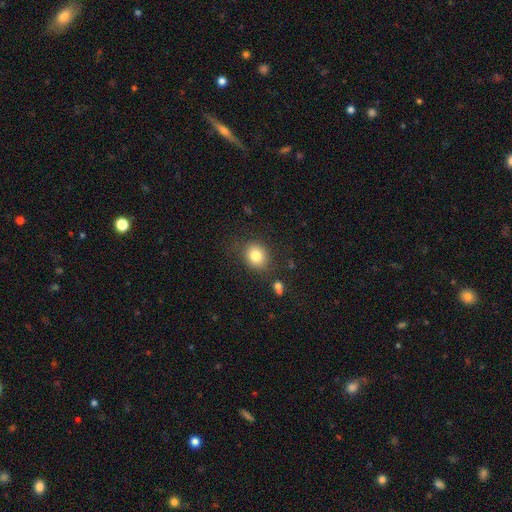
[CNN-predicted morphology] This appears to be a smooth galaxy with no disk features (81%) that is round (65%). Merging: none (78%).